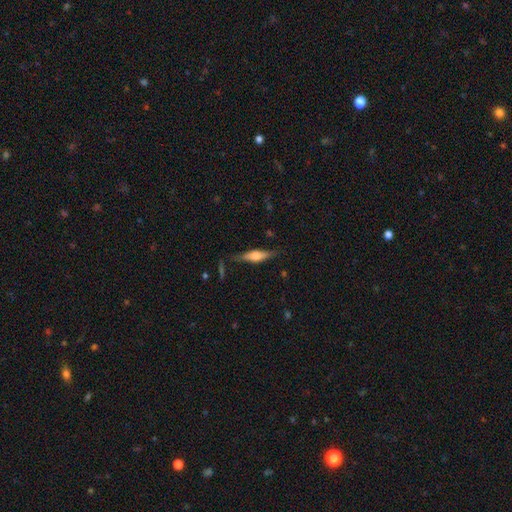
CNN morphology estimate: smooth_or_featured: featured or disk (p=0.59) [alt: smooth p=0.35]
disk_edge_on: yes (p=0.95) [alt: no p=0.05]
edge_on_bulge: rounded (p=0.87) [alt: boxy p=0.10]
merging: none (p=0.80) [alt: minor disturbance p=0.14]